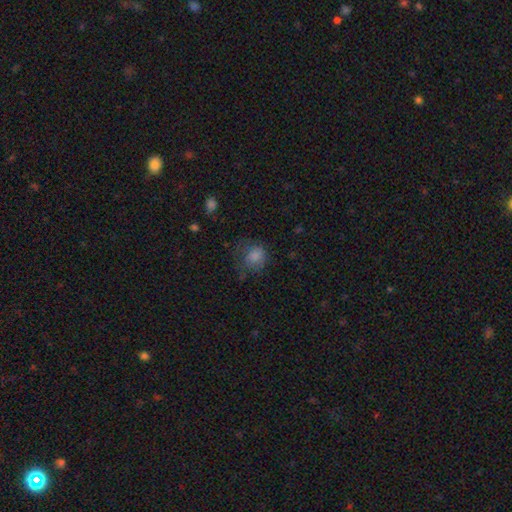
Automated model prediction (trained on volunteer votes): Morphology: type=smooth (73%); roundness=round (63%); merging=none (53%).